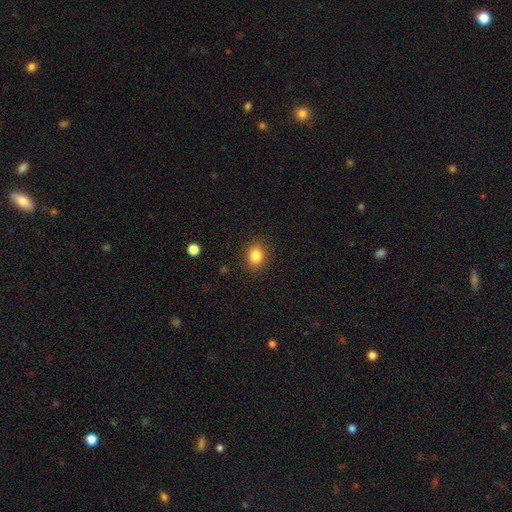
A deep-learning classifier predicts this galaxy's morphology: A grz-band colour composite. It shows a smooth galaxy with no disk features (84%) that is round (63%). Merging: none (87%).